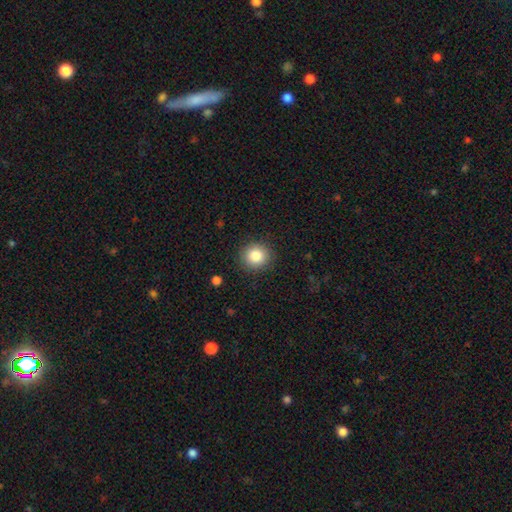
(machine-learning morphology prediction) smooth 84%, star or artifact 9%, featured or disk 6%. Down the decision tree: how rounded — round (89%); merging — none (90%).